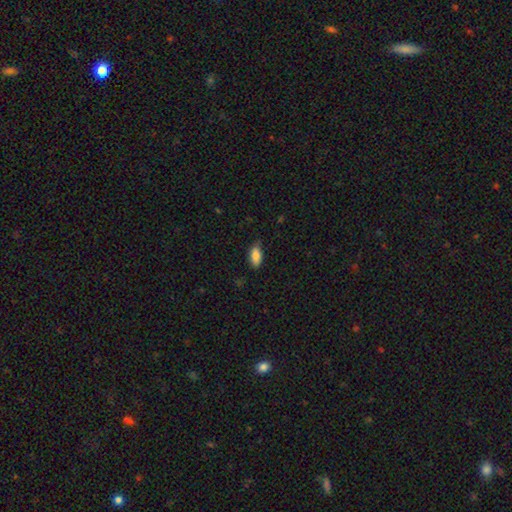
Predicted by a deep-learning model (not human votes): A smooth galaxy with no disk features (85%) that is in between round and cigar-shaped (86%).

Vote fractions:
- Smooth or featured? smooth: 85% / featured or disk: 8% / star or artifact: 7%
- How rounded? in between: 86% / cigar-shaped: 11% / round: 2%
- Merging? none: 77% / minor disturbance: 19% / major disturbance: 3% / merger: 1%